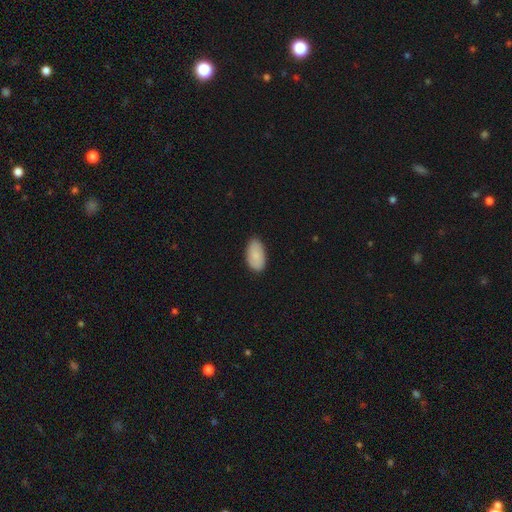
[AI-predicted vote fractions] smooth 84%, featured or disk 10%, star or artifact 6%. Down the decision tree: how rounded — in between (95%); merging — none (81%).